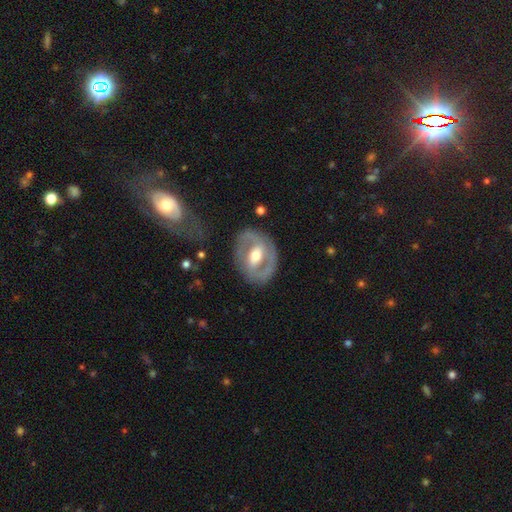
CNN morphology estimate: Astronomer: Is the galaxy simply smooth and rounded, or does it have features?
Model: featured or disk — 74%.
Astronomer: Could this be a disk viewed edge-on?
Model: no — 95%.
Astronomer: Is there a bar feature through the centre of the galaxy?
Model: strong — 38%, tied with weak at 38%.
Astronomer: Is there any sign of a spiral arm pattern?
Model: yes — 56% (runner-up: no, 44%).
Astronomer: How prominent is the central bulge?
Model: moderate — 70%.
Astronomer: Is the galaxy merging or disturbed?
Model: none — 78%.